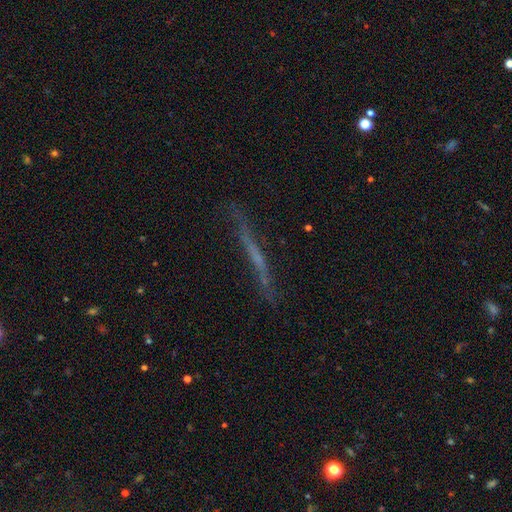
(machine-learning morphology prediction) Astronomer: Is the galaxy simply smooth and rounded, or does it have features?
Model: featured or disk — 55% (runner-up: smooth, 35%).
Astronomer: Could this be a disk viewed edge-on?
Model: yes — 89%.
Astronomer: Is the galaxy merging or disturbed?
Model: none — 74%.